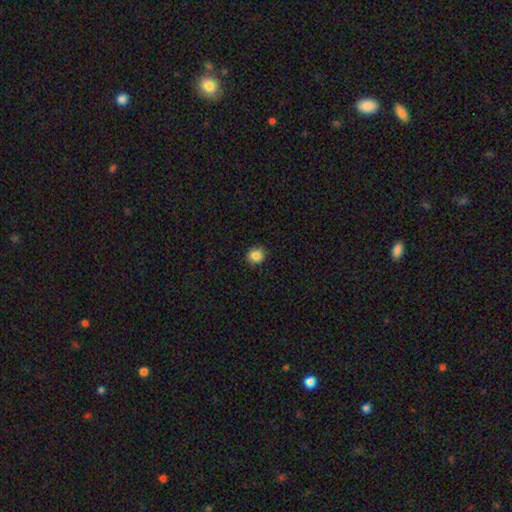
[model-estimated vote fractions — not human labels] Smooth or featured?
  - smooth: 86% *
  - star or artifact: 10%
  - featured or disk: 4%
How rounded?
  - round: 86% *
  - in between: 13%
  - cigar-shaped: 1%
Merging?
  - none: 91% *
  - minor disturbance: 7%
  - major disturbance: 2%
  - merger: 1%